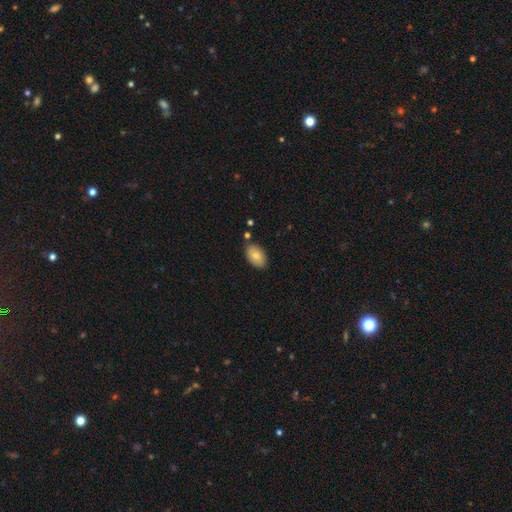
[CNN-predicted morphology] smooth 78%, featured or disk 15%, star or artifact 7%. Down the decision tree: how rounded — in between (93%); merging — none (82%).